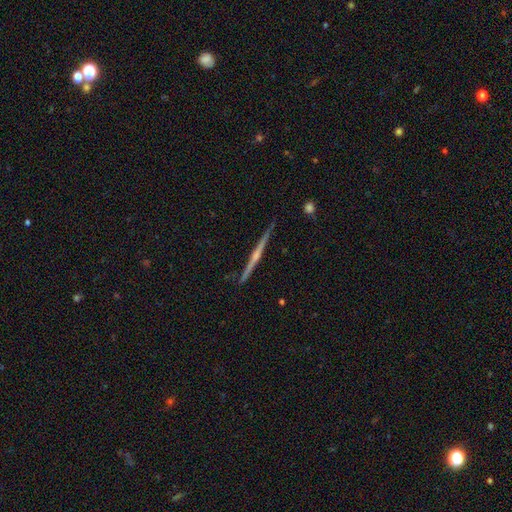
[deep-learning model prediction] A featured or disk galaxy (80%) viewed edge-on (98%) with a rounded central bulge (65%). Merging: none (90%).